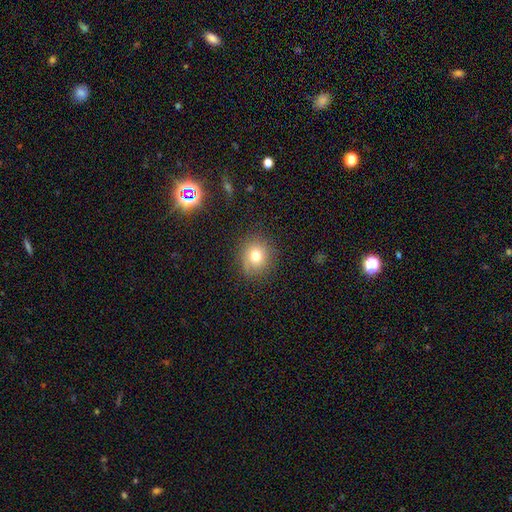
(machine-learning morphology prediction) A smooth galaxy with no disk features (73%) that is round (83%).

Vote fractions:
- Smooth or featured? smooth: 73% / star or artifact: 15% / featured or disk: 12%
- How rounded? round: 83% / in between: 16% / cigar-shaped: 1%
- Merging? none: 82% / minor disturbance: 12% / major disturbance: 4% / merger: 1%